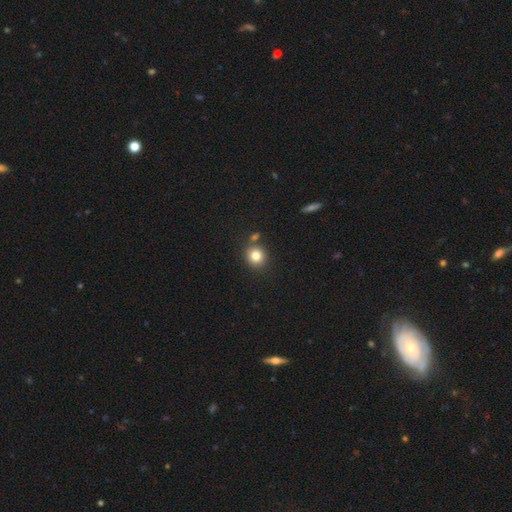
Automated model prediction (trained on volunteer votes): Smooth or featured? smooth (82%)
How rounded? round (87%)
Merging? none (77%)